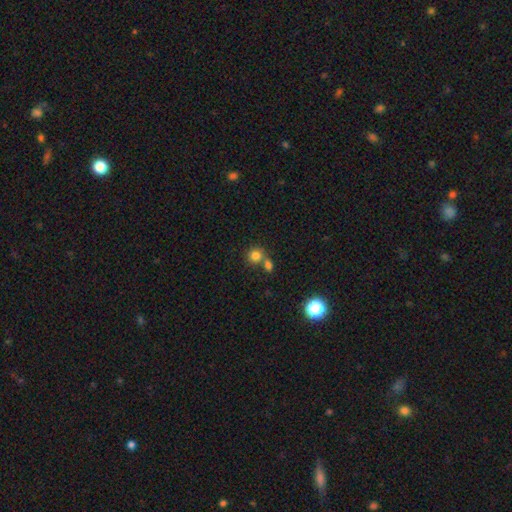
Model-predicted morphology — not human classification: Smooth or featured? Predicted: smooth (p=0.81). How rounded? Predicted: round (p=0.86). Merging? Predicted: none (p=0.54).